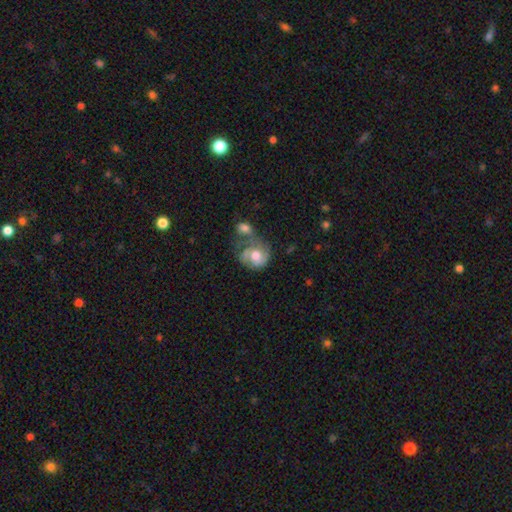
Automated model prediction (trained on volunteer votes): Smooth or featured? Predicted: featured or disk (p=0.58). Edge-on disk? Predicted: no (p=0.97). Bar? Predicted: no (p=0.77). Spiral arms? Predicted: yes (p=0.79). Bulge size? Predicted: moderate (p=0.63). Merging? Predicted: merger (p=0.41).